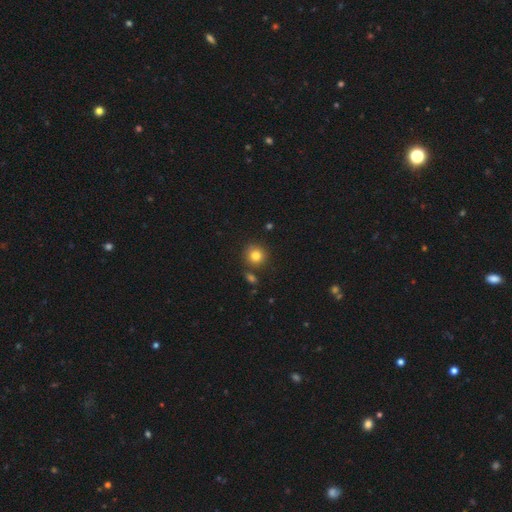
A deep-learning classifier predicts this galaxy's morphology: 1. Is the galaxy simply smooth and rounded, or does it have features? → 81% smooth, 12% star or artifact, 7% featured or disk.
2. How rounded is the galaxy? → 92% round, 7% in between, 1% cigar-shaped.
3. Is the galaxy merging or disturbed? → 80% none, 9% minor disturbance, 8% merger, 3% major disturbance.